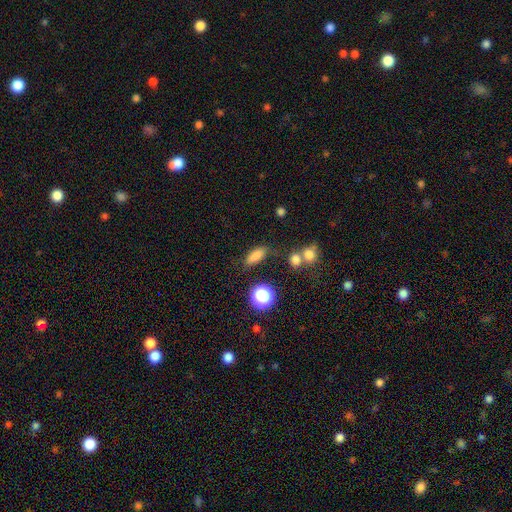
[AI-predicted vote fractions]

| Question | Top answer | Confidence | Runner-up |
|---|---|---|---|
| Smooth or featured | smooth | 79% | star or artifact (14%) |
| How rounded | in between | 68% | cigar-shaped (22%) |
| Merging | none | 71% | minor disturbance (15%) |